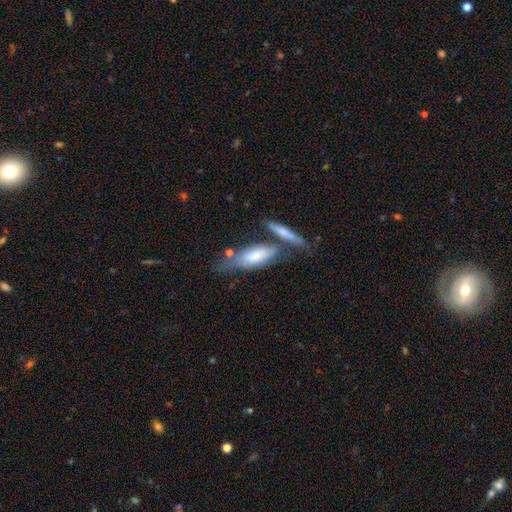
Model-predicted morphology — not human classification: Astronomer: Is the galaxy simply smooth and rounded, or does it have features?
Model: smooth — 66%.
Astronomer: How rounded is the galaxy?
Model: in between — 63%.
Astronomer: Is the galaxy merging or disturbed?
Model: none — 41% (runner-up: merger, 29%).